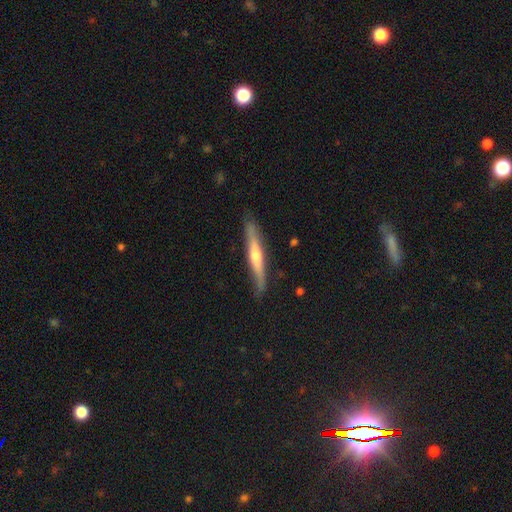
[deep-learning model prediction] A featured or disk galaxy (59%) viewed edge-on (94%) with a rounded central bulge (76%). Merging: none (83%).